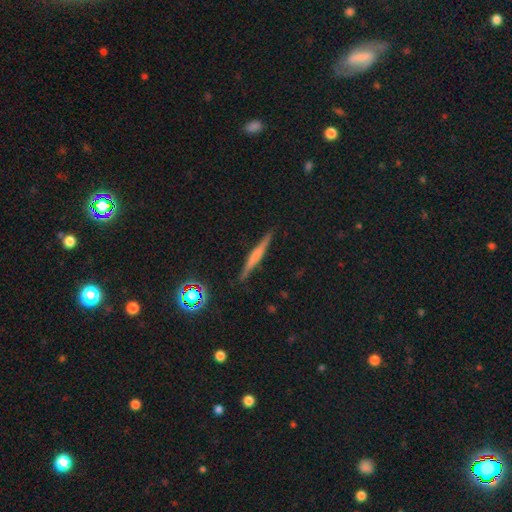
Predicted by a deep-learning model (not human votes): The model was most divided on "smooth or featured": featured or disk: 50%, smooth: 39%, star or artifact: 11%. More confident: merging — none (88%).